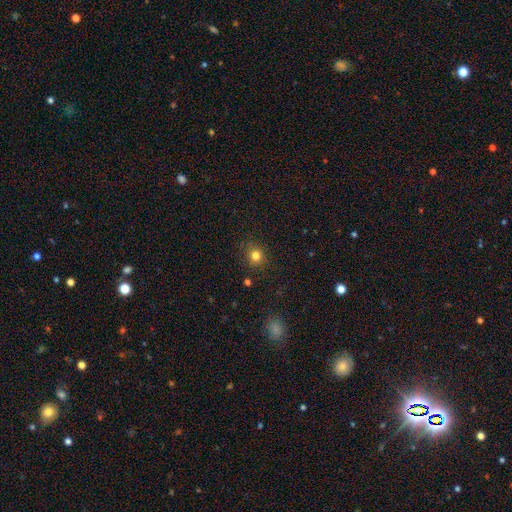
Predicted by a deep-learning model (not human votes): Morphology: type=smooth (81%); roundness=round (89%); merging=none (87%).